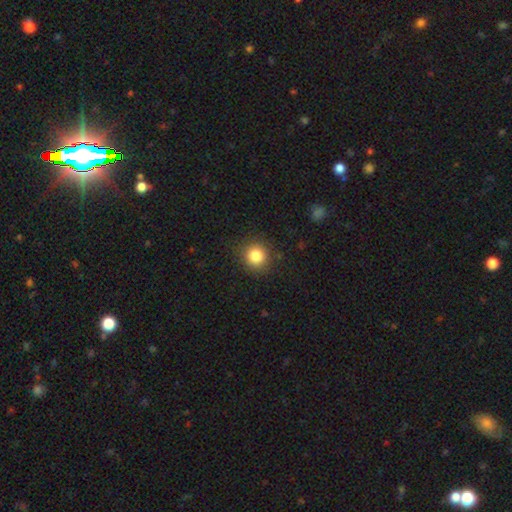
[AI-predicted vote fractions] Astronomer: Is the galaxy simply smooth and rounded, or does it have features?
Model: smooth — 83%.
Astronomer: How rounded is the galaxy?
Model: round — 90%.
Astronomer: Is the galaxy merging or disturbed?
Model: none — 88%.